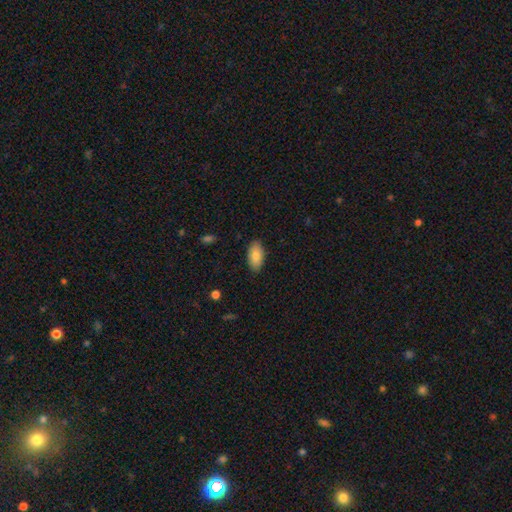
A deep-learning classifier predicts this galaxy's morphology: Smooth or featured? Predicted: smooth (p=0.85). How rounded? Predicted: in between (p=0.94). Merging? Predicted: none (p=0.86).